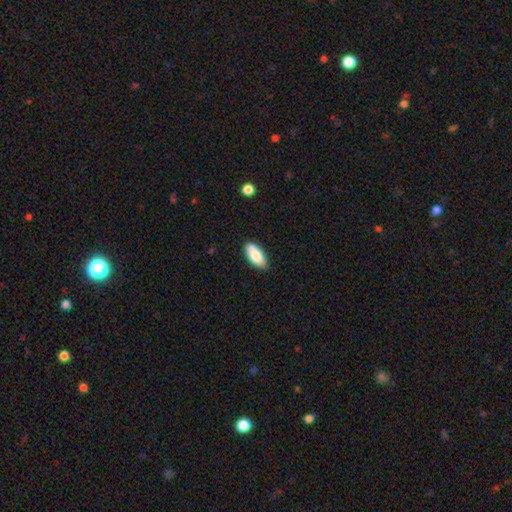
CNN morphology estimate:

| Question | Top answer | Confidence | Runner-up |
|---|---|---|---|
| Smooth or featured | smooth | 83% | featured or disk (11%) |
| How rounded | in between | 88% | cigar-shaped (10%) |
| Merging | none | 80% | minor disturbance (15%) |